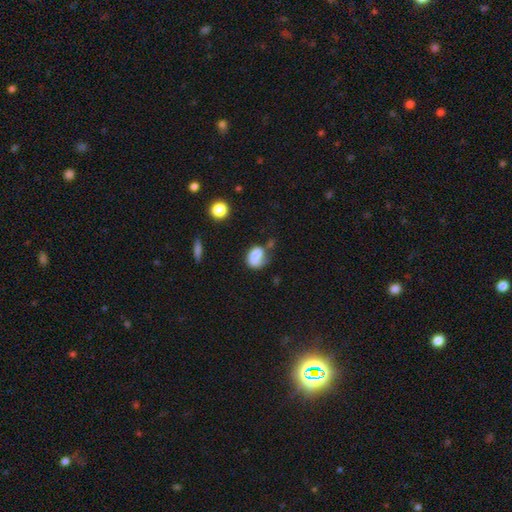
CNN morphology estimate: type=smooth (66%); roundness=in between (61%); merging=none (29%).